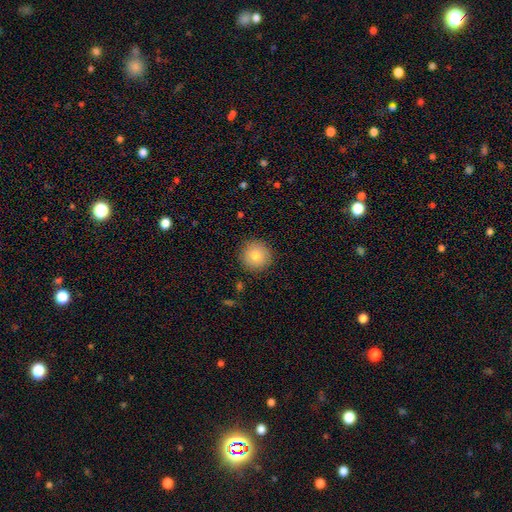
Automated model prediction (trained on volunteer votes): Smooth or featured? Predicted: smooth (p=0.81). How rounded? Predicted: round (p=0.95). Merging? Predicted: none (p=0.90).